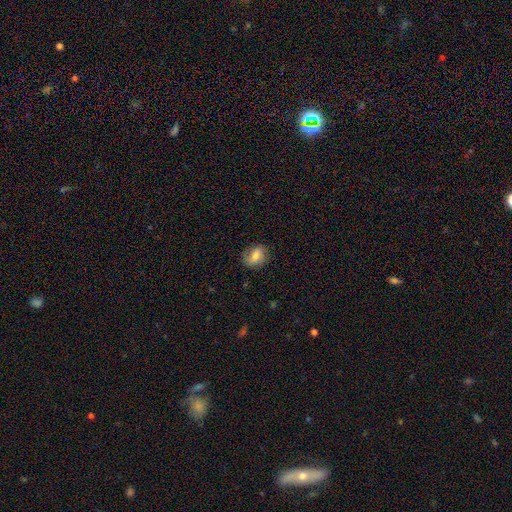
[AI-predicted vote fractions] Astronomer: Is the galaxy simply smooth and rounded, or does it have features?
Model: smooth — 68%.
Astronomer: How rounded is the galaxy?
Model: round — 52% (runner-up: in between, 47%).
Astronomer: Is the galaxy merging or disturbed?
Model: none — 79%.